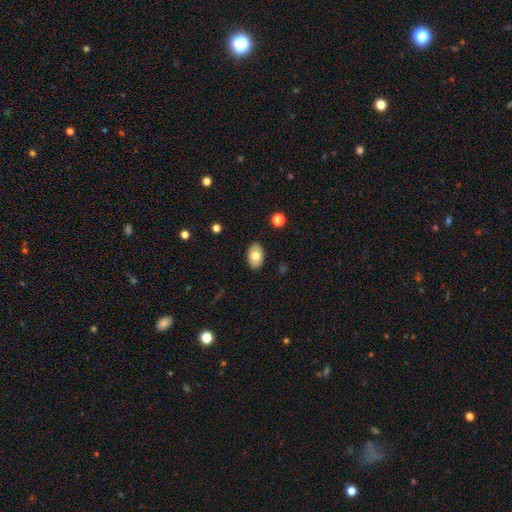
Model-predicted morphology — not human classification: A smooth galaxy with no disk features (72%) that is in between round and cigar-shaped (89%). Merging: none (88%).